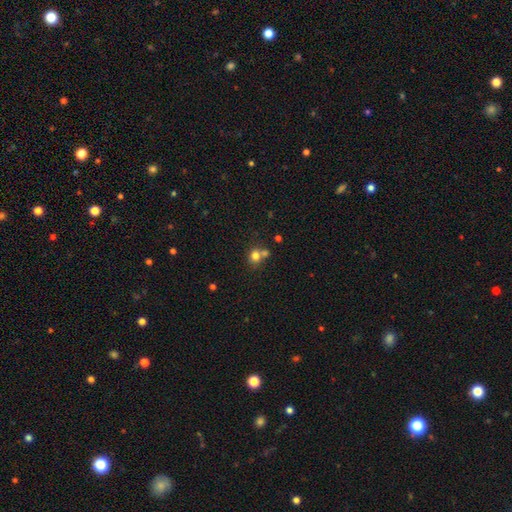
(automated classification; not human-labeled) Smooth or featured? Predicted: smooth (p=0.77). How rounded? Predicted: round (p=0.80). Merging? Predicted: none (p=0.50).